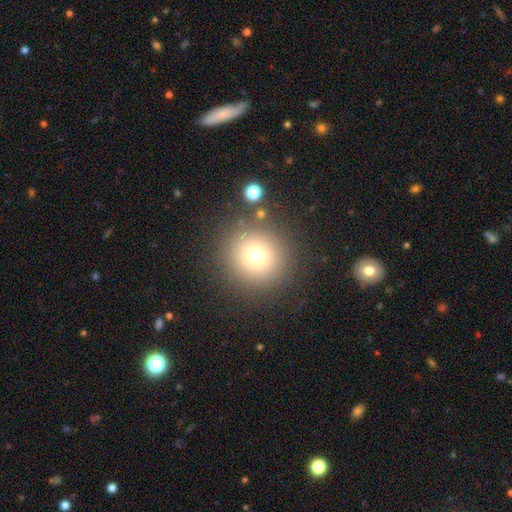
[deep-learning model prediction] The model was most divided on "smooth or featured": smooth: 73%, star or artifact: 17%, featured or disk: 11%. More confident: how rounded — round (94%); merging — none (86%).